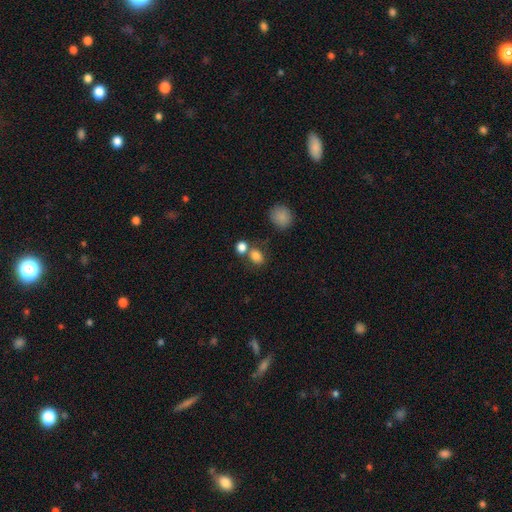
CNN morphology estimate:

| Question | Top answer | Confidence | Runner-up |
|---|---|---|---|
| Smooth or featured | smooth | 81% | star or artifact (12%) |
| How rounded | in between | 57% | round (42%) |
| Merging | none | 55% | merger (28%) |